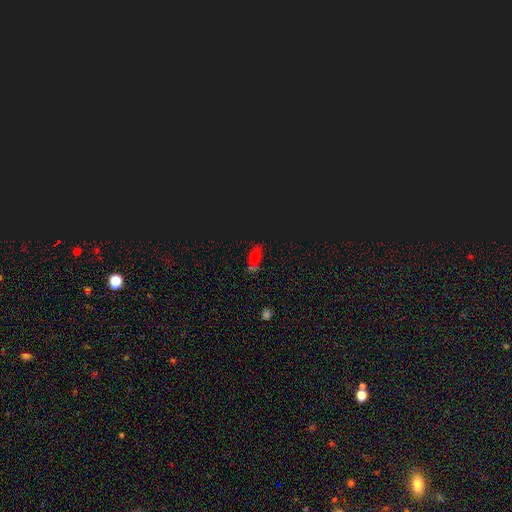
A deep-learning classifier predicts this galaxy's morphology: Smooth or featured?
  - smooth: 46% *
  - star or artifact: 42%
  - featured or disk: 12%
Merging?
  - none: 58% *
  - merger: 20%
  - minor disturbance: 15%
  - major disturbance: 6%